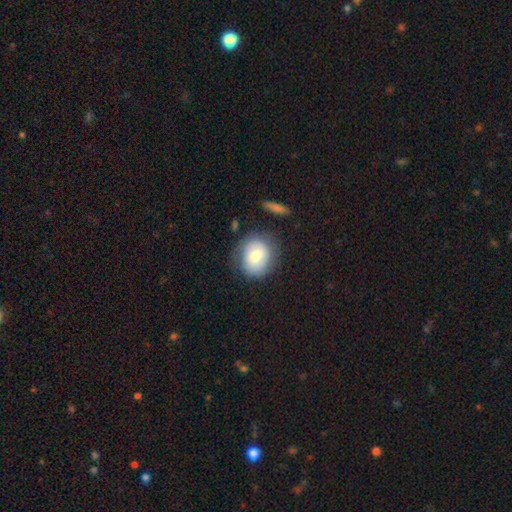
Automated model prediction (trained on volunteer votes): This appears to be a smooth galaxy with no disk features (76%) that is round (68%). Merging: none (69%).